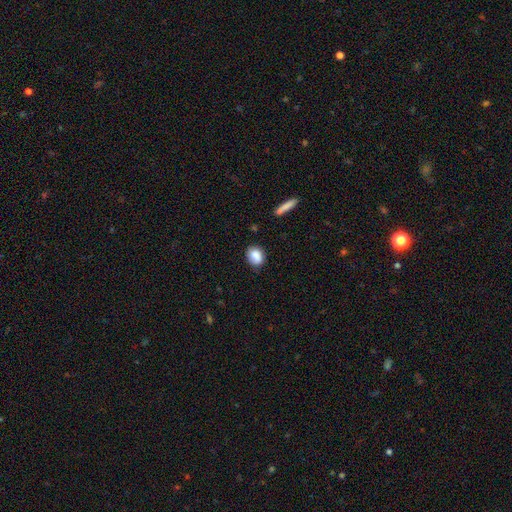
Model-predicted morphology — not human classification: Smooth or featured? Predicted: smooth (p=0.85). How rounded? Predicted: in between (p=0.55). Merging? Predicted: none (p=0.77).